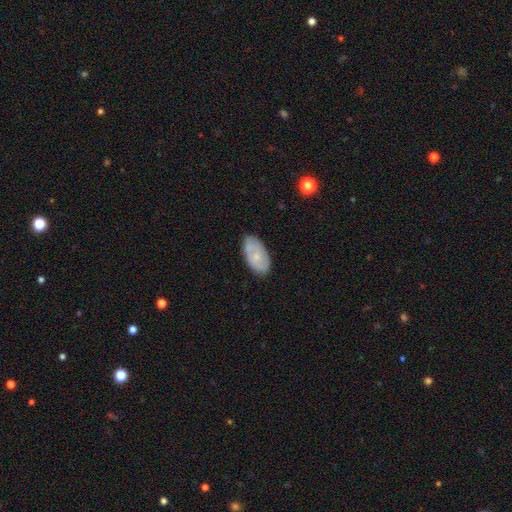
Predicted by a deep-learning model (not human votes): Morphology: type=smooth (58%); roundness=in between (94%); merging=none (80%).